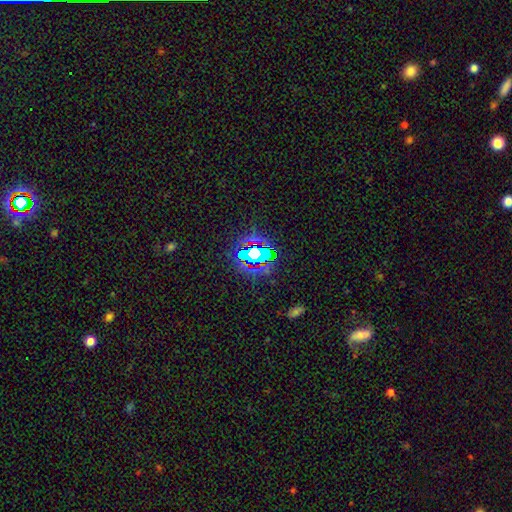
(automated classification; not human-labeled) Q: Smooth or featured?
A: star or artifact (64%); runner-up: smooth (21%)